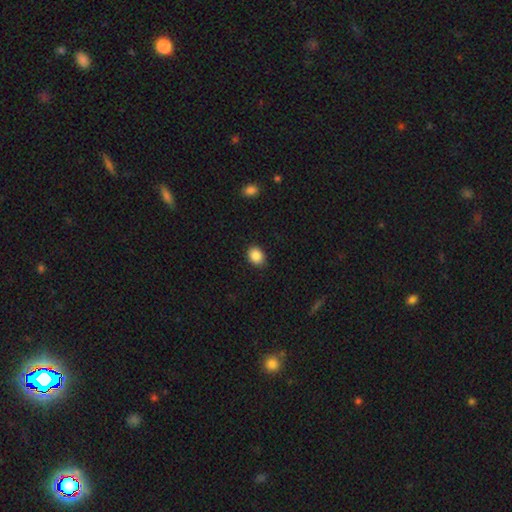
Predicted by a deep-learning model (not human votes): A smooth galaxy with no disk features (88%) that is in between round and cigar-shaped (58%). Merging: none (87%).